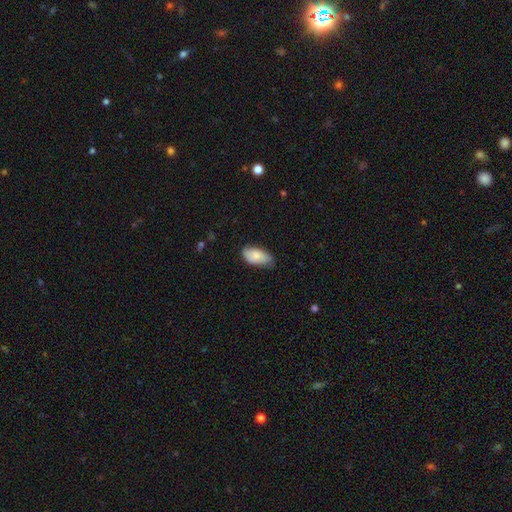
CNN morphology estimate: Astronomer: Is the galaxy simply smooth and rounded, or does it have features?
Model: smooth — 82%.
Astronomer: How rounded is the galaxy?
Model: in between — 94%.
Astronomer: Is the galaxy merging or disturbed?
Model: none — 66%.